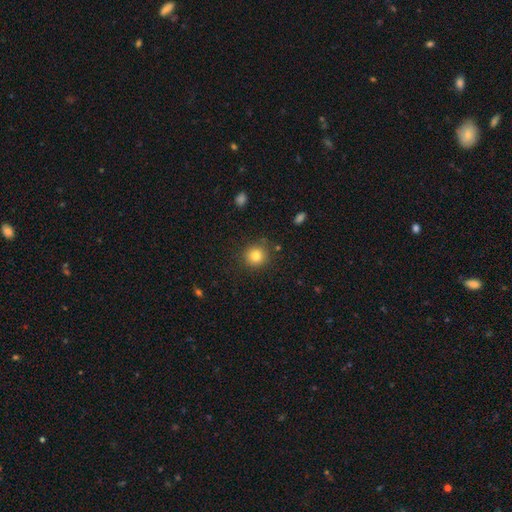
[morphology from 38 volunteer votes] Smooth or featured? 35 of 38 (92%) said smooth. How rounded? 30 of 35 (86%) said round. Merging? 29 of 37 (78%) said none.